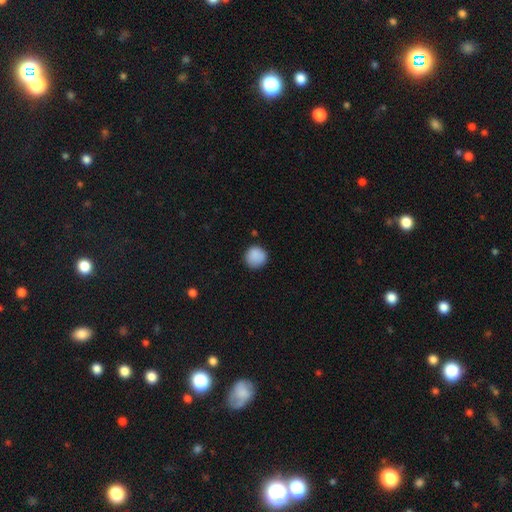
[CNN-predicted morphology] This is clearly a smooth galaxy (89%). How rounded: clearly round (93%). Merging: clearly none (85%).